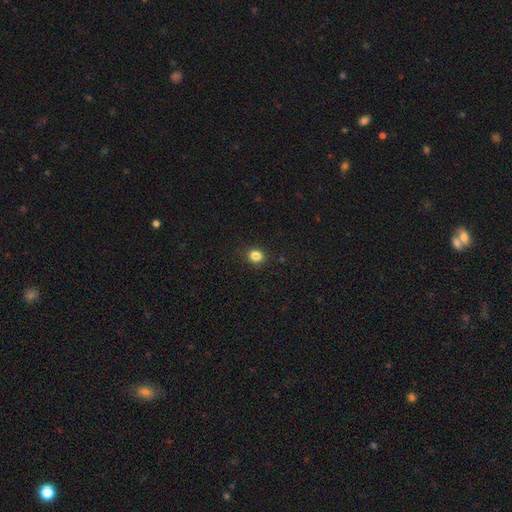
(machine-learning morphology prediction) The model was most divided on "how rounded": round: 71%, in between: 28%, cigar-shaped: 1%. More confident: merging — none (89%); smooth or featured — smooth (84%).